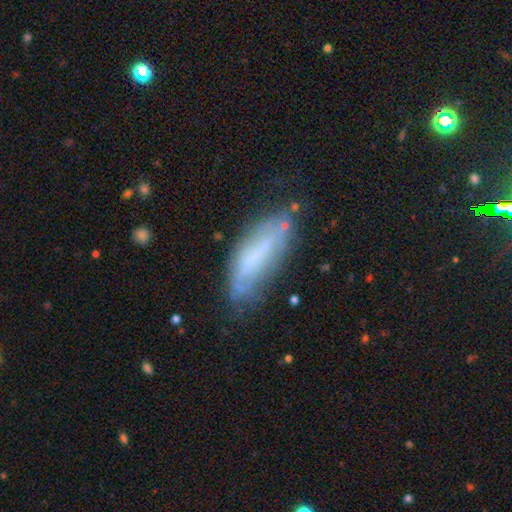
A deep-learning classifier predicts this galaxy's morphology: type=smooth (48%); merging=none (55%).